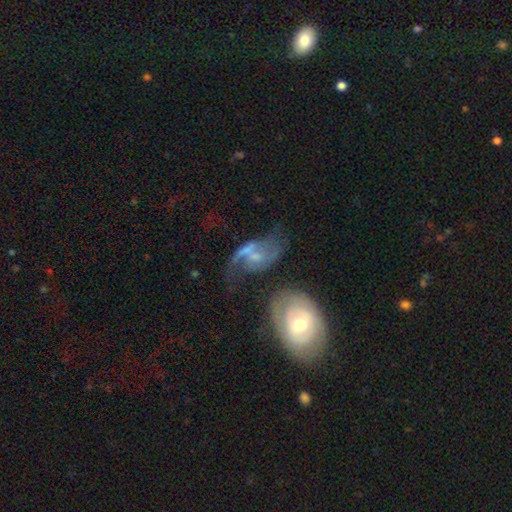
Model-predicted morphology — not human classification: Smooth or featured: featured or disk — 67% (smooth — 23%)
Edge-on disk: no — 96% (yes — 4%)
Bar: no — 56% (weak — 34%)
Spiral arms: yes — 72% (no — 28%)
Bulge size: small — 48% (moderate — 34%)
Merging: merger — 28% (tied with none — 28%)